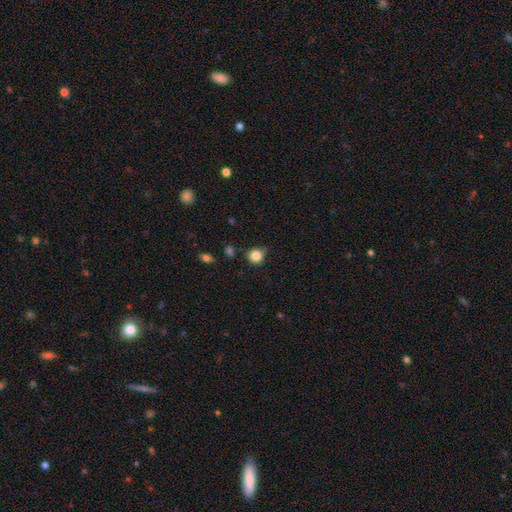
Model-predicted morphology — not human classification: This appears to be a smooth galaxy with no disk features (84%) that is round (90%). Merging: none (75%).